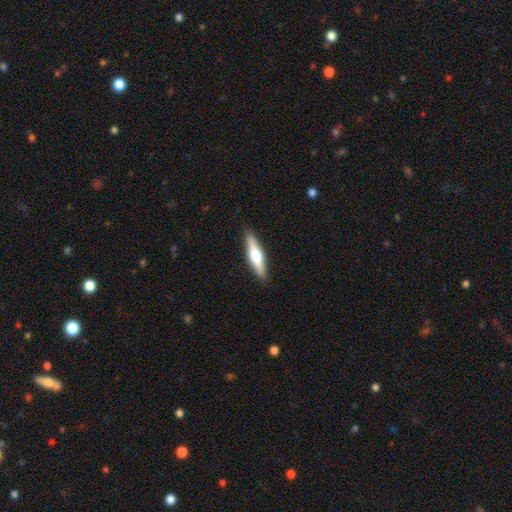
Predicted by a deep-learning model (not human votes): featured or disk 50%, smooth 45%, star or artifact 5%. Down the decision tree: edge-on disk — yes (95%); merging — none (90%).